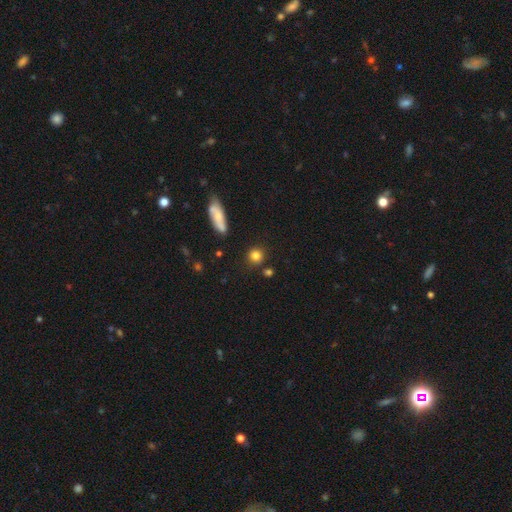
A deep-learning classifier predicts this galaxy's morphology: smooth_or_featured: smooth (p=0.82) [alt: star or artifact p=0.11]
how_rounded: round (p=0.88) [alt: in between p=0.10]
merging: none (p=0.81) [alt: minor disturbance p=0.10]